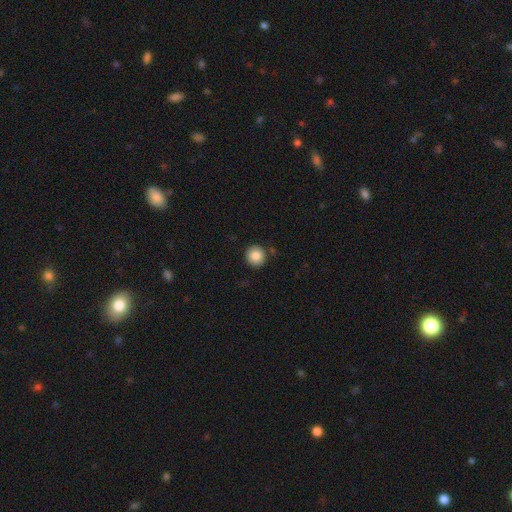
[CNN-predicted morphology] Smooth or featured: smooth — 84% (star or artifact — 9%)
How rounded: round — 95% (in between — 4%)
Merging: none — 87% (minor disturbance — 8%)